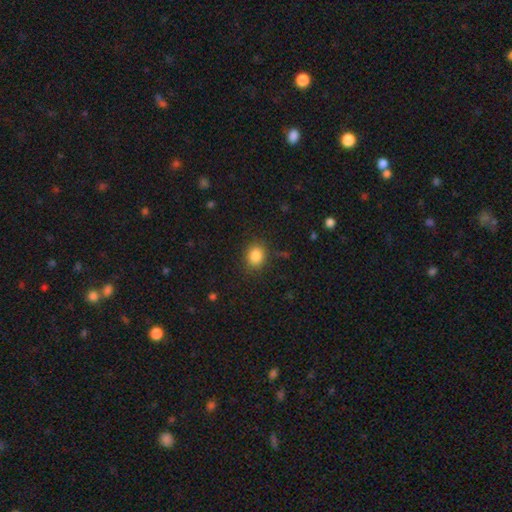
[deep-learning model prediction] smooth 85%, star or artifact 10%, featured or disk 5%. Down the decision tree: how rounded — round (57%); merging — none (84%).